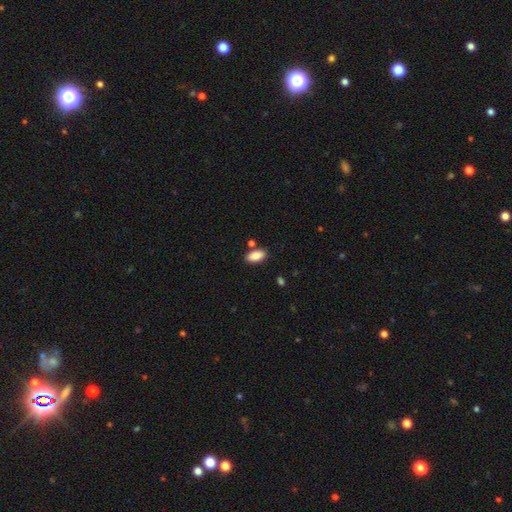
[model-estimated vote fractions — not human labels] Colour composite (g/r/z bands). It shows a smooth galaxy with no disk features (87%) that is in between round and cigar-shaped (92%). Merging: none (80%).